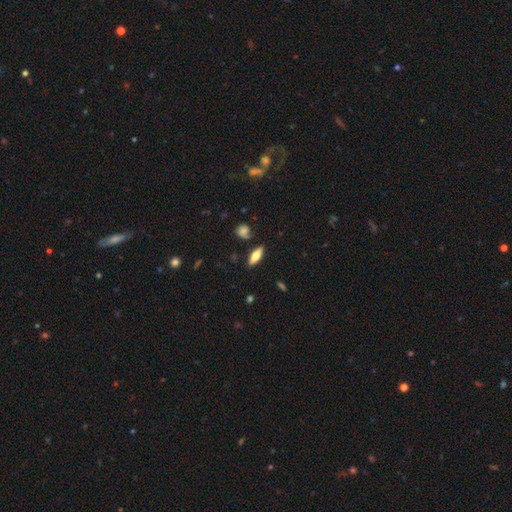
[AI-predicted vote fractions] Smooth or featured?
  - smooth: 62% *
  - featured or disk: 31%
  - star or artifact: 7%
How rounded?
  - in between: 65% *
  - cigar-shaped: 32%
  - round: 3%
Merging?
  - none: 82% *
  - minor disturbance: 12%
  - merger: 4%
  - major disturbance: 3%